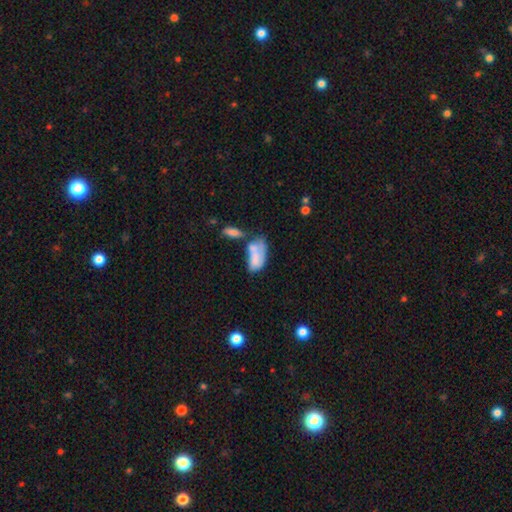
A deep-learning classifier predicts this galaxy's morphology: The model was most divided on "merging": merger: 45%, none: 20%, minor disturbance: 18%, major disturbance: 17%. More confident: how rounded — in between (90%); smooth or featured — smooth (65%).